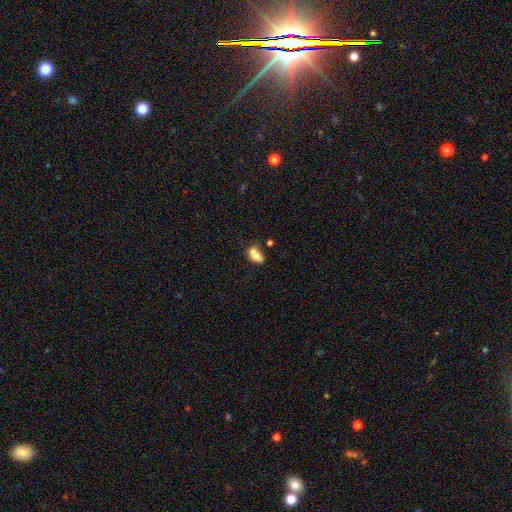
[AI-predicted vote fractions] This appears to be a smooth galaxy with no disk features (68%) that is in between round and cigar-shaped (80%). Merging: merger (49%).